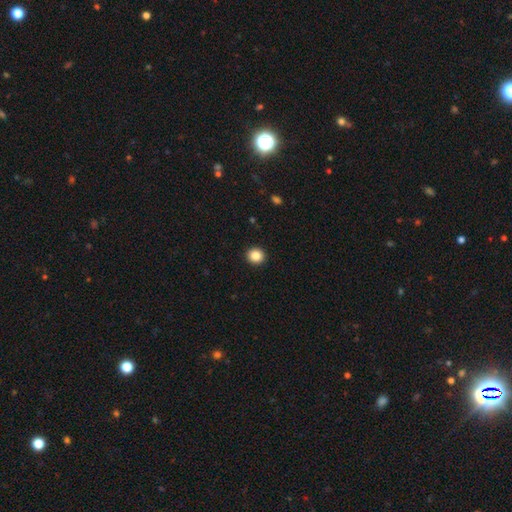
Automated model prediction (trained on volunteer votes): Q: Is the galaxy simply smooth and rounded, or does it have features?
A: smooth — 86%.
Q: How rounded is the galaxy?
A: round — 92%.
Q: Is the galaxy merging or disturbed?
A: none — 93%.